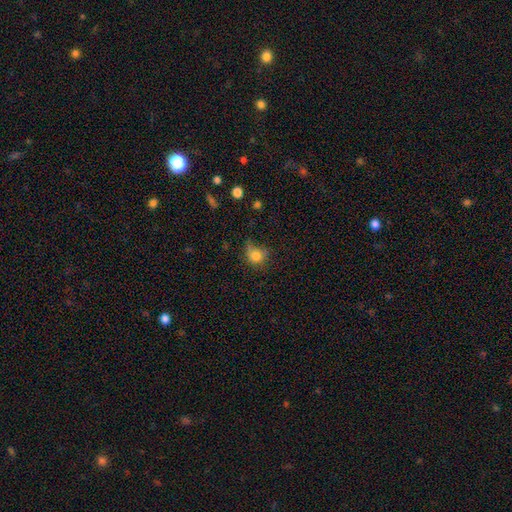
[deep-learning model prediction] smooth-or-featured: smooth: 79% | star or artifact: 12% | featured or disk: 10%
  how-rounded: round: 71% | in between: 28% | cigar-shaped: 1%
  merging: none: 44% | minor disturbance: 33% | major disturbance: 19% | merger: 4%